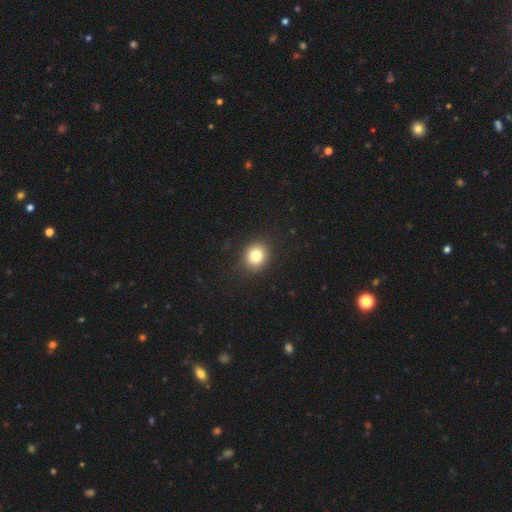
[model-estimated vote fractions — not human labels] smooth 81%, star or artifact 11%, featured or disk 8%. Down the decision tree: how rounded — round (76%); merging — none (88%).